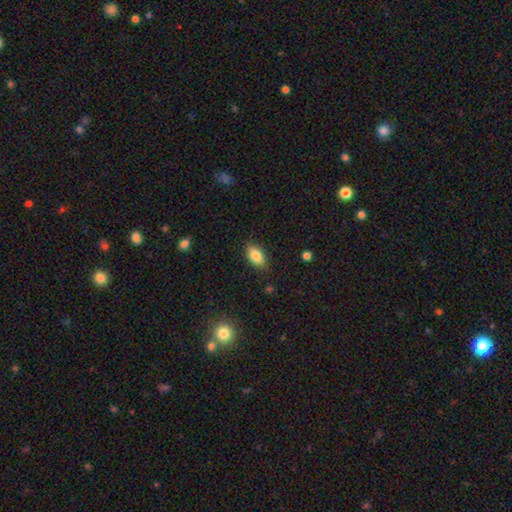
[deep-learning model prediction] smooth-or-featured: smooth: 81% | featured or disk: 11% | star or artifact: 8%
  how-rounded: in between: 88% | cigar-shaped: 6% | round: 5%
  merging: none: 84% | minor disturbance: 12% | major disturbance: 3% | merger: 1%